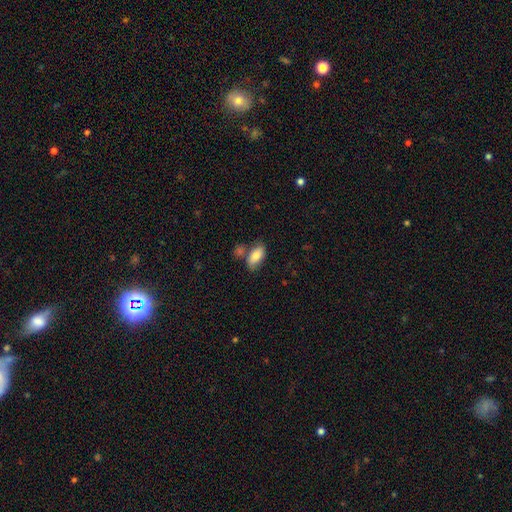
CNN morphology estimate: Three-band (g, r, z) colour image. It shows a smooth galaxy with no disk features (82%) that is in between round and cigar-shaped (91%). Merging: none (59%).